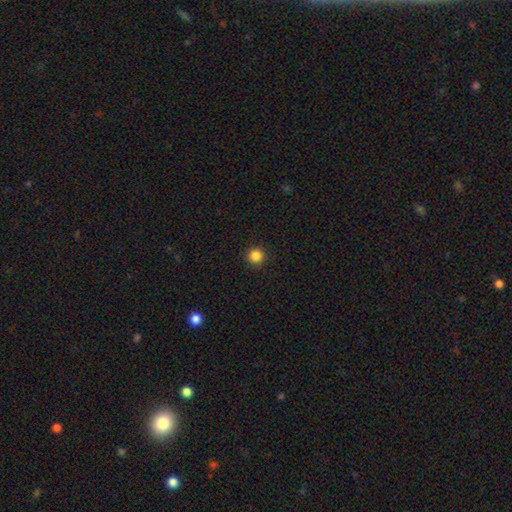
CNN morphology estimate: type=smooth (85%); roundness=round (96%); merging=none (93%).